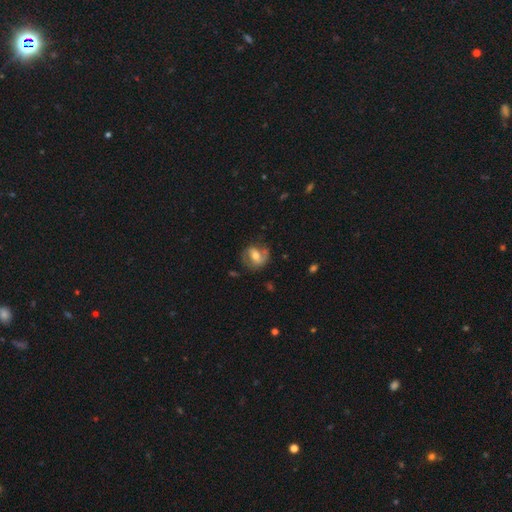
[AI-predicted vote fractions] A featured or disk galaxy (62%) with a weak bar (41%), spiral arms (77%) and a moderate central bulge (69%). Merging: none (64%).